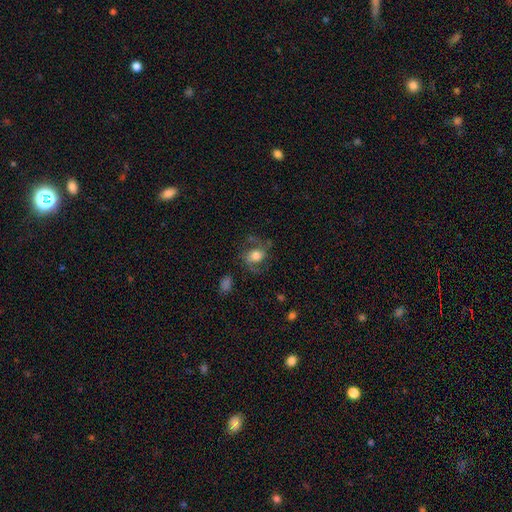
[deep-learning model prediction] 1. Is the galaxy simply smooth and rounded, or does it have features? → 47% featured or disk, 43% smooth, 10% star or artifact.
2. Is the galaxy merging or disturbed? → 60% none, 20% minor disturbance, 17% major disturbance, 2% merger.